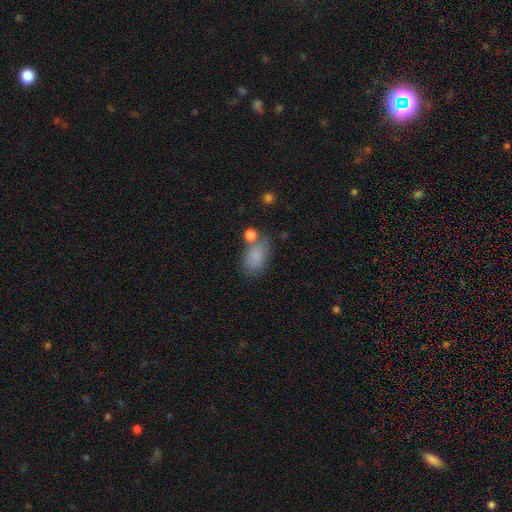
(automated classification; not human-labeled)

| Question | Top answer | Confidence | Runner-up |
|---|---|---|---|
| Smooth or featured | smooth | 82% | star or artifact (10%) |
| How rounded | in between | 85% | round (13%) |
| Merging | none | 59% | minor disturbance (21%) |